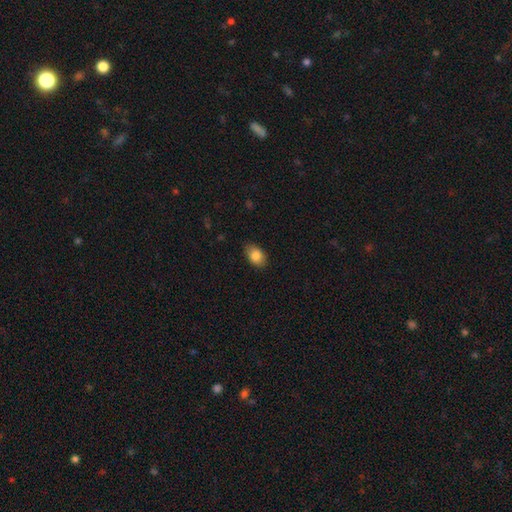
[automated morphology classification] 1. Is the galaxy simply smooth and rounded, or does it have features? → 85% smooth, 8% star or artifact, 7% featured or disk.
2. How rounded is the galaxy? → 85% in between, 14% round, 1% cigar-shaped.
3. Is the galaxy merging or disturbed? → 83% none, 14% minor disturbance, 3% major disturbance, 1% merger.